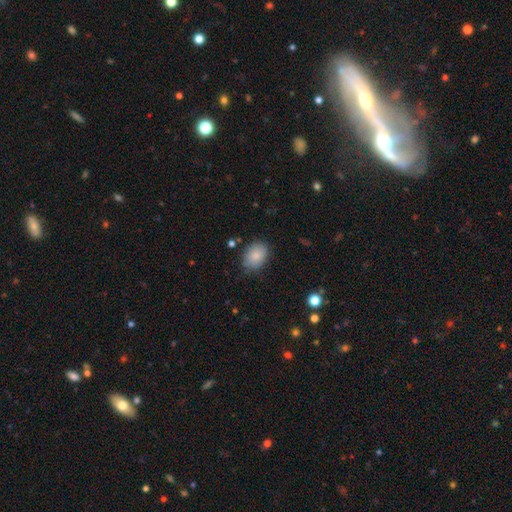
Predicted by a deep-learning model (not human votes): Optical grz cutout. It shows a smooth galaxy with no disk features (85%) that is in between round and cigar-shaped (72%). Merging: none (78%).